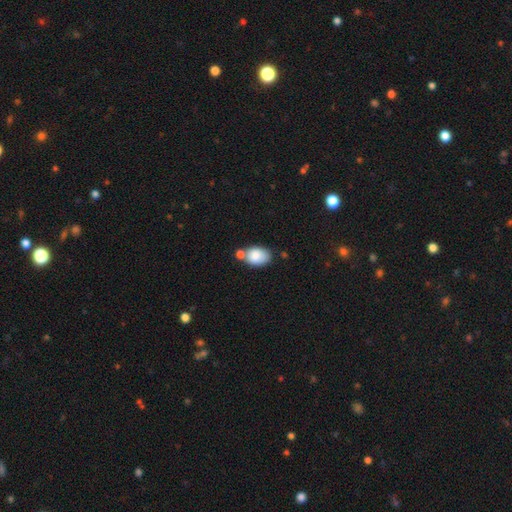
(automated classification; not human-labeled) smooth-or-featured: smooth: 83% | featured or disk: 10% | star or artifact: 7%
  how-rounded: in between: 86% | round: 13% | cigar-shaped: 1%
  merging: none: 49% | merger: 27% | minor disturbance: 19% | major disturbance: 5%